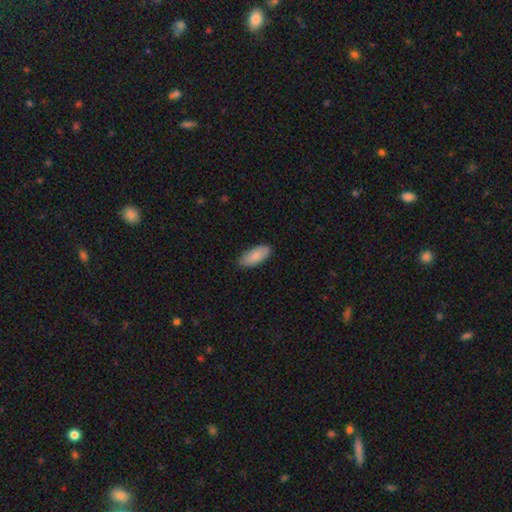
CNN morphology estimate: This appears to be a smooth galaxy with no disk features (87%) that is in between round and cigar-shaped (87%). Merging: none (85%).